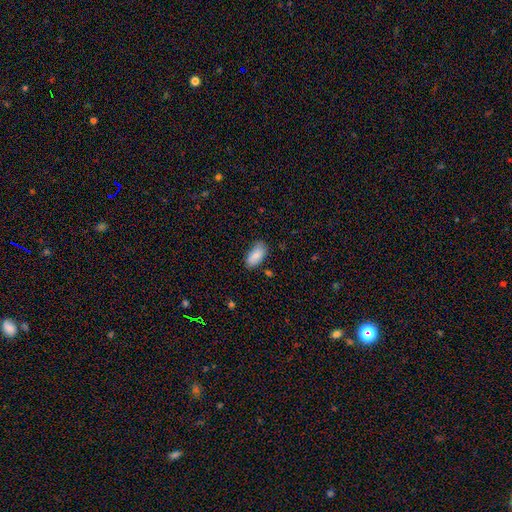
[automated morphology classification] Smooth or featured?
  - smooth: 84% *
  - featured or disk: 10%
  - star or artifact: 7%
How rounded?
  - in between: 93% *
  - cigar-shaped: 5%
  - round: 2%
Merging?
  - none: 72% *
  - minor disturbance: 22%
  - major disturbance: 4%
  - merger: 2%